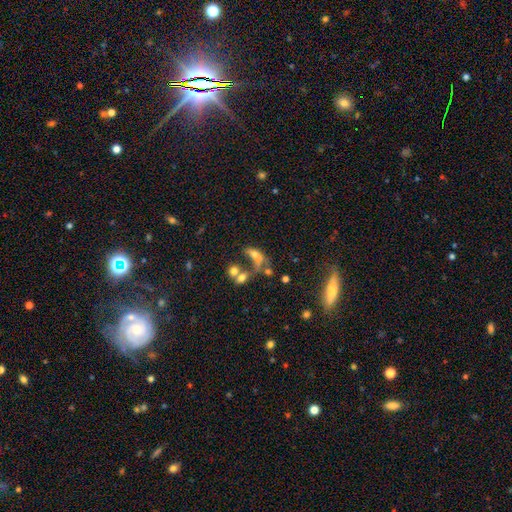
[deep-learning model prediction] This is possibly a smooth galaxy (55%). How rounded: likely in between (70%). Merging: marginally merger (41%).